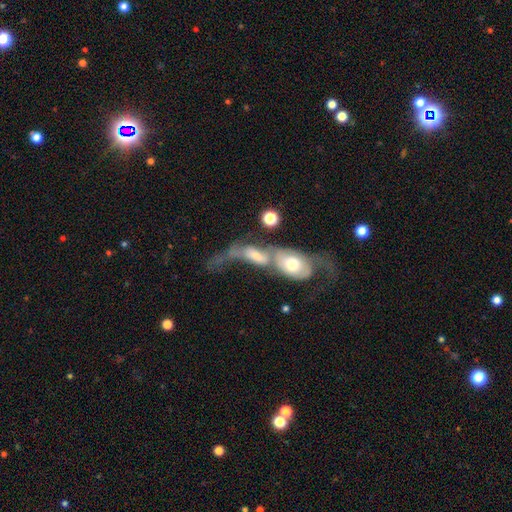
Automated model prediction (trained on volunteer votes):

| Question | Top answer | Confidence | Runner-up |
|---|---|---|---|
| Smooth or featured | smooth | 46% | featured or disk (44%) |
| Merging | merger | 71% | major disturbance (14%) |